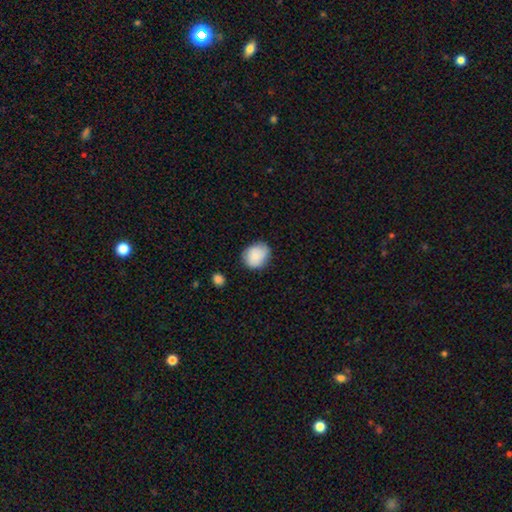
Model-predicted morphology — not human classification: A smooth galaxy with no disk features (83%) that is round (55%).

Vote fractions:
- Smooth or featured? smooth: 83% / featured or disk: 10% / star or artifact: 7%
- How rounded? round: 55% / in between: 44% / cigar-shaped: 1%
- Merging? none: 75% / minor disturbance: 20% / major disturbance: 4% / merger: 2%